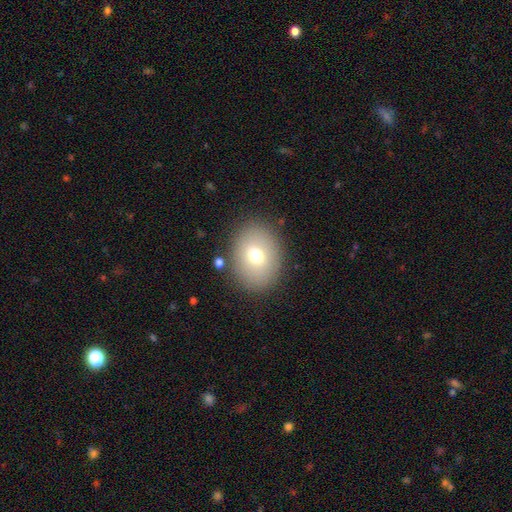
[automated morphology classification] This appears to be a smooth galaxy with no disk features (71%) that is in between round and cigar-shaped (65%). Merging: none (85%).